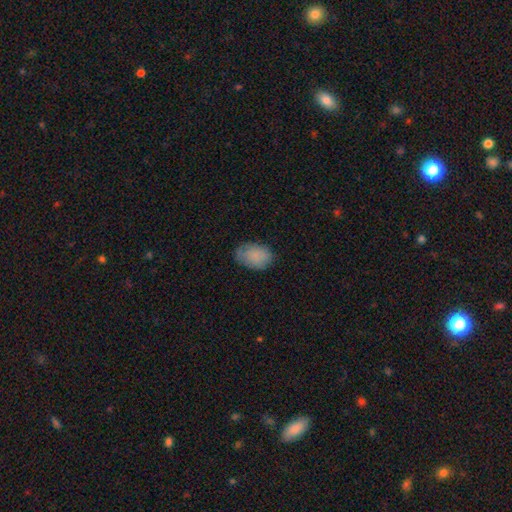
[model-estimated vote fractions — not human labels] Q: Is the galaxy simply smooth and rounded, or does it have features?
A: smooth — 85%.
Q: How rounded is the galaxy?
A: in between — 82%.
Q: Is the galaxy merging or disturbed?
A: none — 71%.